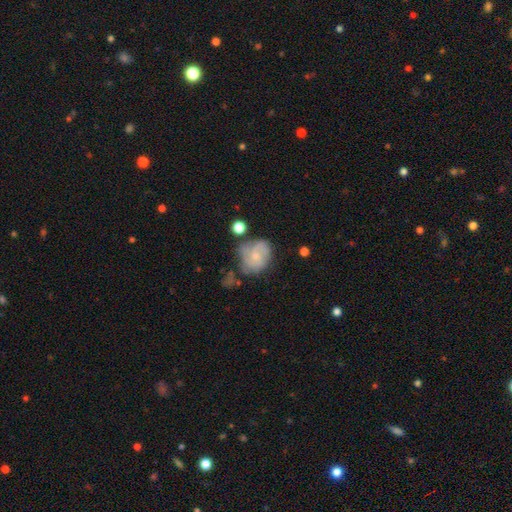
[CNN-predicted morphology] A featured or disk galaxy (51%). Merging: none (45%).